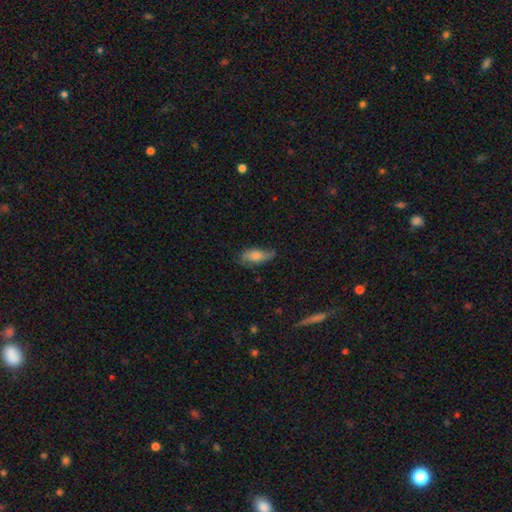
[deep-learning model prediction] Q: Smooth or featured?
A: smooth (62%); runner-up: featured or disk (30%)
Q: How rounded?
A: in between (80%); runner-up: cigar-shaped (17%)
Q: Merging?
A: none (59%); runner-up: minor disturbance (30%)